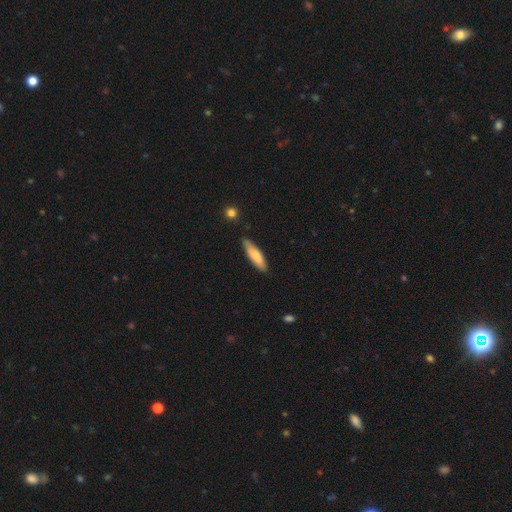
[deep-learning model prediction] Smooth or featured: smooth — 76% (featured or disk — 18%)
How rounded: cigar-shaped — 65% (in between — 33%)
Merging: none — 83% (minor disturbance — 13%)